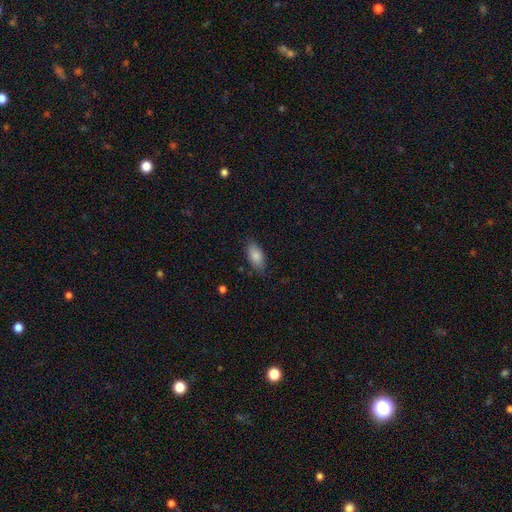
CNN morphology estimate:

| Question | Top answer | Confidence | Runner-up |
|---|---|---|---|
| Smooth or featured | smooth | 84% | featured or disk (9%) |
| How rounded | in between | 89% | cigar-shaped (8%) |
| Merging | none | 80% | minor disturbance (15%) |